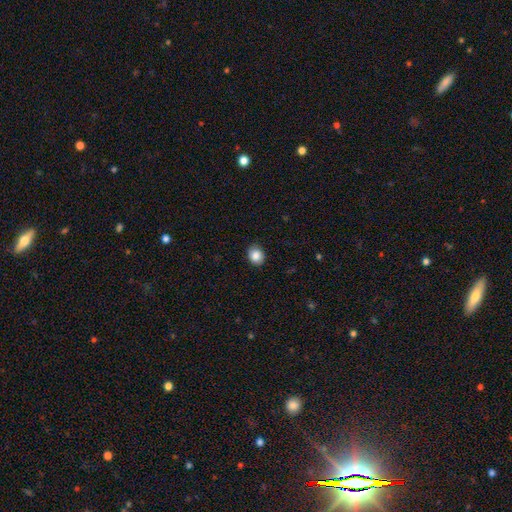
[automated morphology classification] Overall: smooth (86%). How rounded: round (58%; in between 41%). Merging: none (87%).